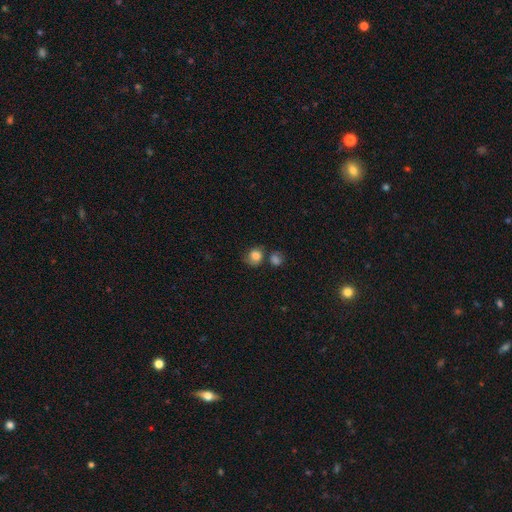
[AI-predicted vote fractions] A smooth galaxy with no disk features (79%) that is round (75%).

Vote fractions:
- Smooth or featured? smooth: 79% / featured or disk: 11% / star or artifact: 10%
- How rounded? round: 75% / in between: 25% / cigar-shaped: 1%
- Merging? none: 50% / minor disturbance: 21% / merger: 19% / major disturbance: 10%